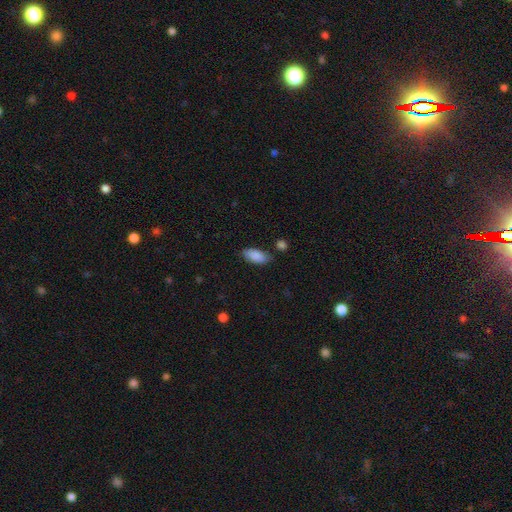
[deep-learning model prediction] Smooth or featured?
  - smooth: 87% *
  - star or artifact: 6%
  - featured or disk: 6%
How rounded?
  - in between: 90% *
  - cigar-shaped: 8%
  - round: 2%
Merging?
  - none: 78% *
  - minor disturbance: 15%
  - merger: 4%
  - major disturbance: 3%